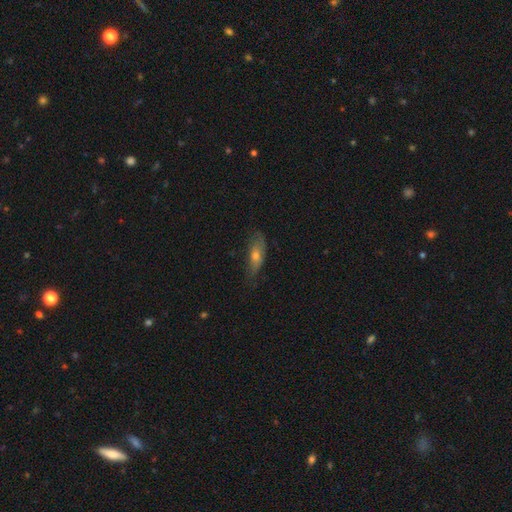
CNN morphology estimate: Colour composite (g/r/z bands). It shows a smooth galaxy with no disk features (53%) that is in between round and cigar-shaped (61%). Merging: none (63%).